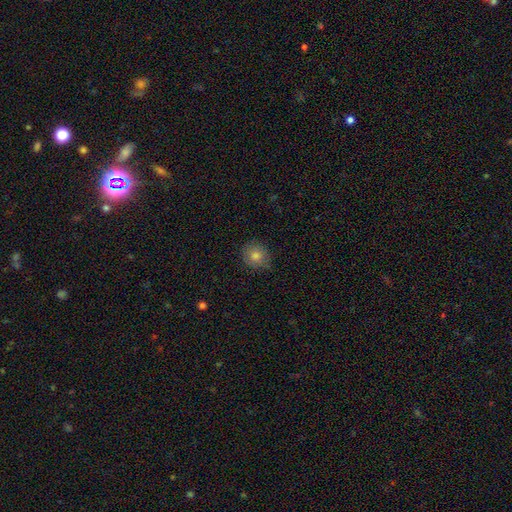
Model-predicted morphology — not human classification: A smooth galaxy with no disk features (79%) that is round (87%). Merging: none (81%).